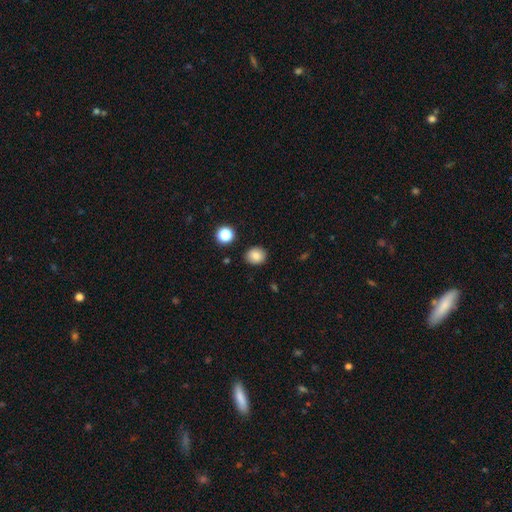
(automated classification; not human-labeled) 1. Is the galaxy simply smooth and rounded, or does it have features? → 84% smooth, 11% star or artifact, 5% featured or disk.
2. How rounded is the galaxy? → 73% round, 27% in between, 1% cigar-shaped.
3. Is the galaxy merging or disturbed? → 88% none, 7% minor disturbance, 2% major disturbance, 2% merger.